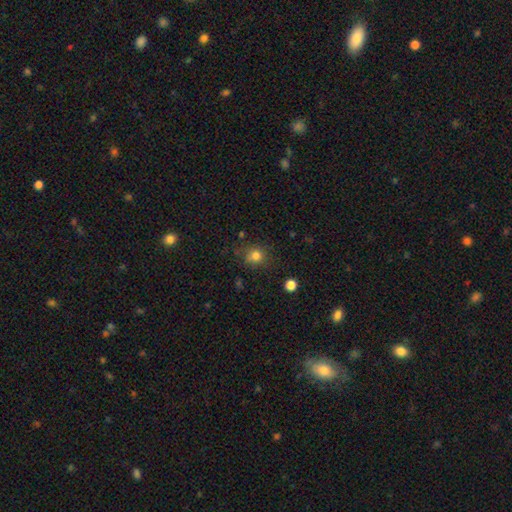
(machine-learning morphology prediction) smooth_or_featured: smooth (p=0.80) [alt: star or artifact p=0.14]
how_rounded: round (p=0.81) [alt: in between p=0.18]
merging: none (p=0.78) [alt: minor disturbance p=0.14]